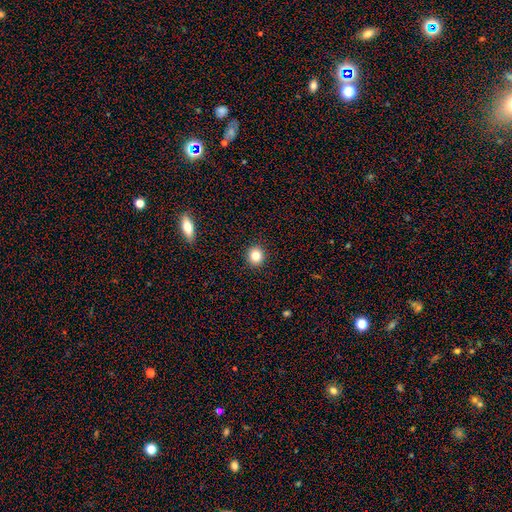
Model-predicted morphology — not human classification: smooth-or-featured: smooth: 83% | star or artifact: 11% | featured or disk: 6%
  how-rounded: round: 88% | in between: 11% | cigar-shaped: 1%
  merging: none: 93% | minor disturbance: 5% | major disturbance: 2% | merger: 1%